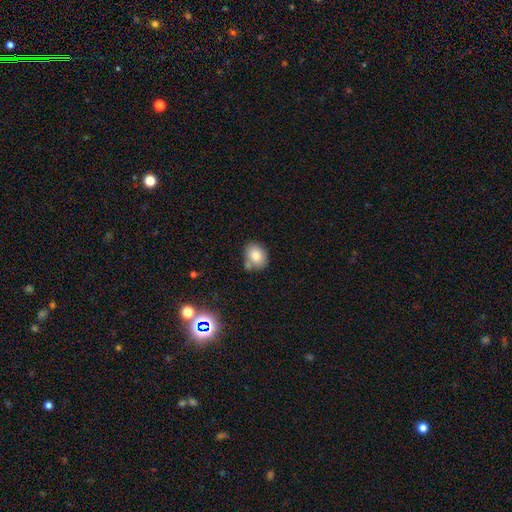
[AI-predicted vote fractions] Morphology: type=smooth (81%); roundness=round (51%); merging=none (67%).